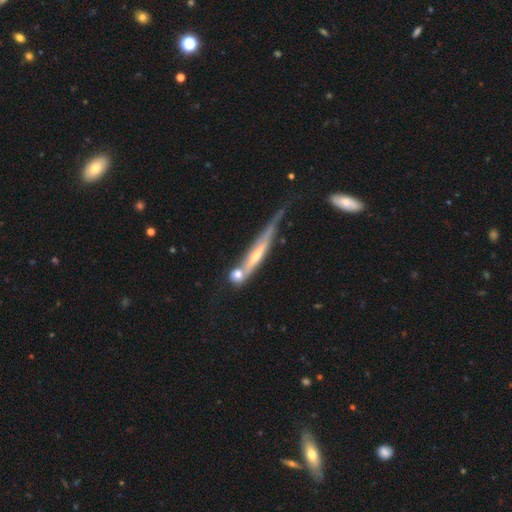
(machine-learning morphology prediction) type=featured or disk (65%); edge-on=yes (84%); edge-on bulge=rounded (48%); merging=none (35%).